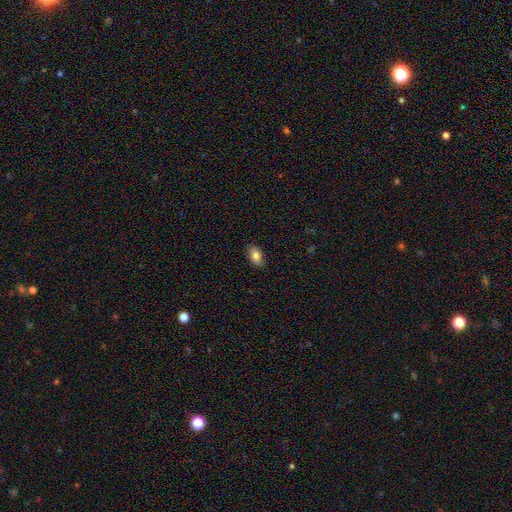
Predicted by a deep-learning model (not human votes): smooth 83%, featured or disk 10%, star or artifact 8%. Down the decision tree: how rounded — in between (91%); merging — none (88%).